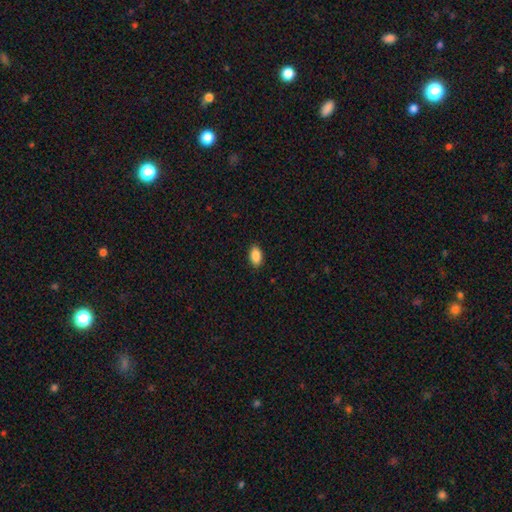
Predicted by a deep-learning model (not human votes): Smooth or featured?
  - smooth: 89% *
  - star or artifact: 7%
  - featured or disk: 4%
How rounded?
  - in between: 93% *
  - round: 5%
  - cigar-shaped: 2%
Merging?
  - none: 89% *
  - minor disturbance: 8%
  - major disturbance: 2%
  - merger: 1%